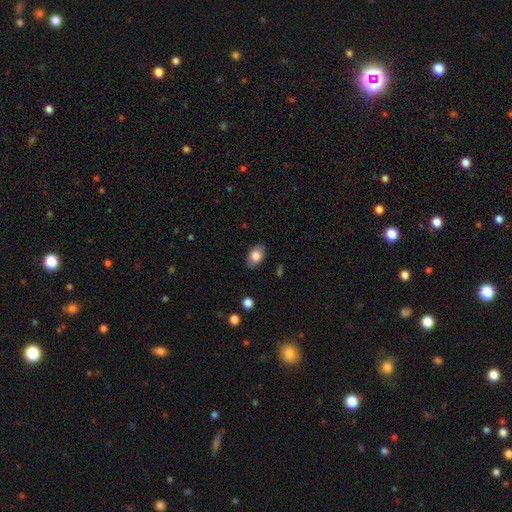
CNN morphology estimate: Smooth or featured?
  - smooth: 80% *
  - featured or disk: 12%
  - star or artifact: 7%
How rounded?
  - in between: 87% *
  - round: 11%
  - cigar-shaped: 1%
Merging?
  - none: 84% *
  - minor disturbance: 12%
  - major disturbance: 3%
  - merger: 1%